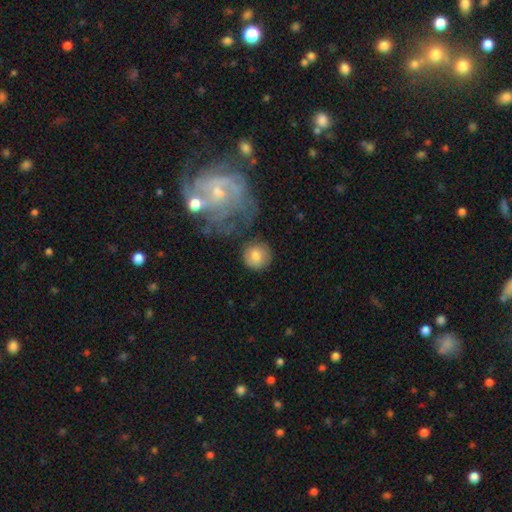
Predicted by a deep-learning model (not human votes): A smooth galaxy with no disk features (76%) that is round (92%).

Vote fractions:
- Smooth or featured? smooth: 76% / featured or disk: 16% / star or artifact: 8%
- How rounded? round: 92% / in between: 7% / cigar-shaped: 1%
- Merging? none: 77% / minor disturbance: 12% / merger: 6% / major disturbance: 5%